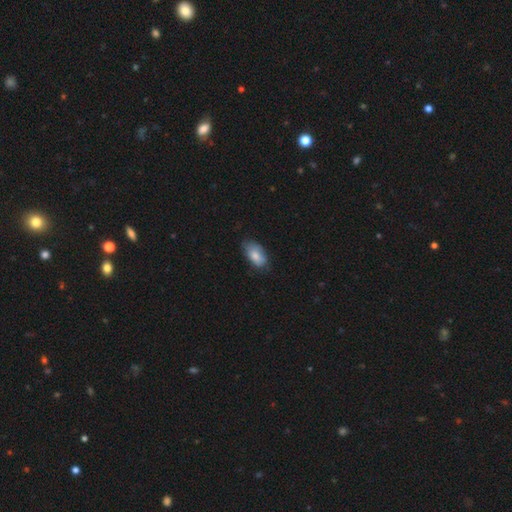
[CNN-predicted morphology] type=smooth (79%); roundness=in between (93%); merging=none (64%).